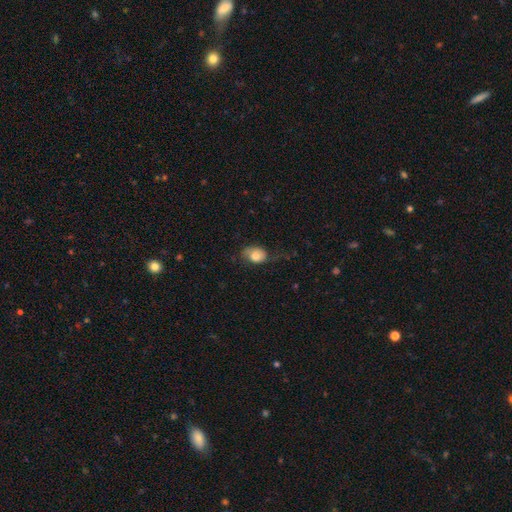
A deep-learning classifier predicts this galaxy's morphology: Smooth or featured?
  - smooth: 75% *
  - featured or disk: 17%
  - star or artifact: 8%
How rounded?
  - in between: 69% *
  - round: 29%
  - cigar-shaped: 1%
Merging?
  - none: 52% *
  - minor disturbance: 30%
  - major disturbance: 16%
  - merger: 2%